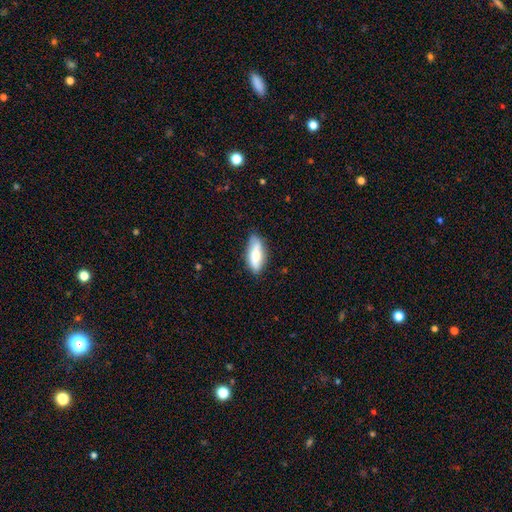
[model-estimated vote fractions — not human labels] Smooth or featured?
  - smooth: 65% *
  - featured or disk: 28%
  - star or artifact: 6%
How rounded?
  - in between: 77% *
  - cigar-shaped: 20%
  - round: 2%
Merging?
  - none: 77% *
  - minor disturbance: 18%
  - major disturbance: 3%
  - merger: 2%